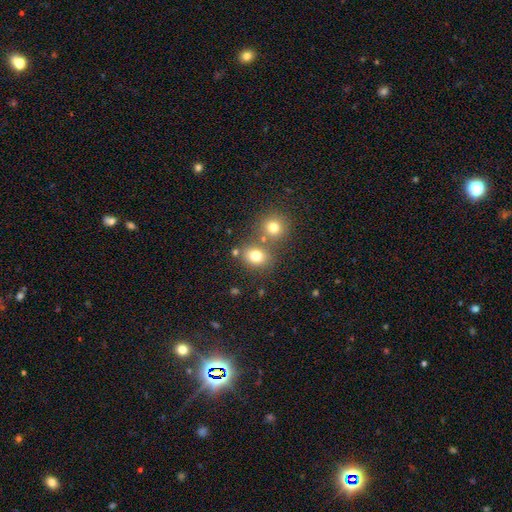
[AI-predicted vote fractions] This is likely a smooth galaxy (79%). How rounded: possibly round (54%). Merging: likely none (61%).